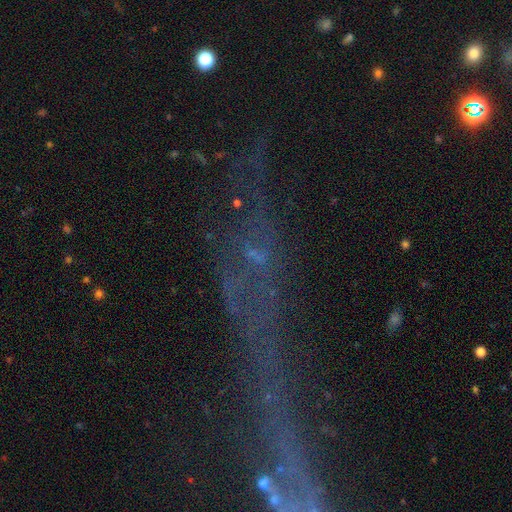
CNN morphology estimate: star or artifact 47%, featured or disk 33%, smooth 19%.